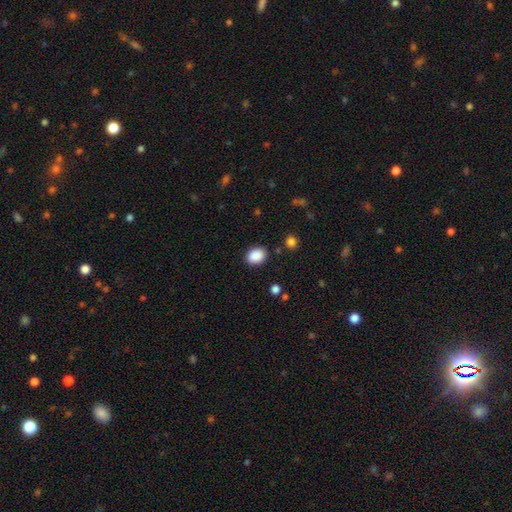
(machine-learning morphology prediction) smooth 89%, star or artifact 8%, featured or disk 3%. Down the decision tree: how rounded — in between (66%); merging — none (86%).